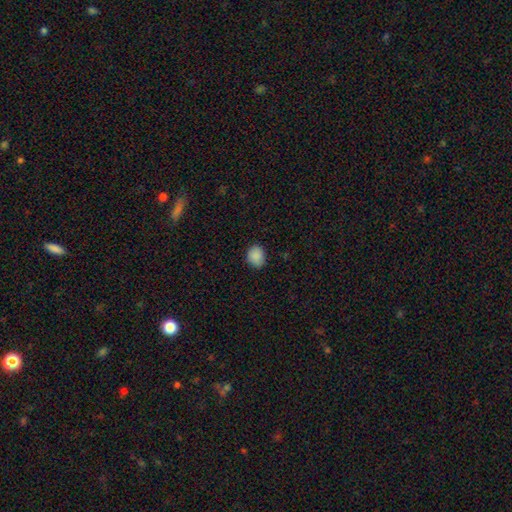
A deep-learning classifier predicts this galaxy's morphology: smooth 88%, star or artifact 9%, featured or disk 3%. Down the decision tree: how rounded — round (58%); merging — none (86%).